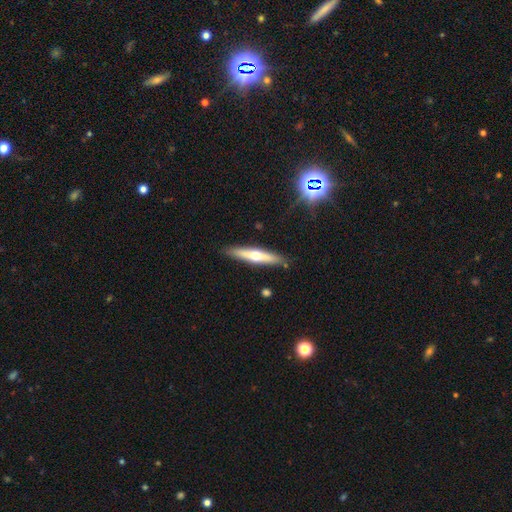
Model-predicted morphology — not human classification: This is possibly a featured or disk galaxy (53%). It is clearly viewed edge-on (92%). Merging: clearly none (88%).